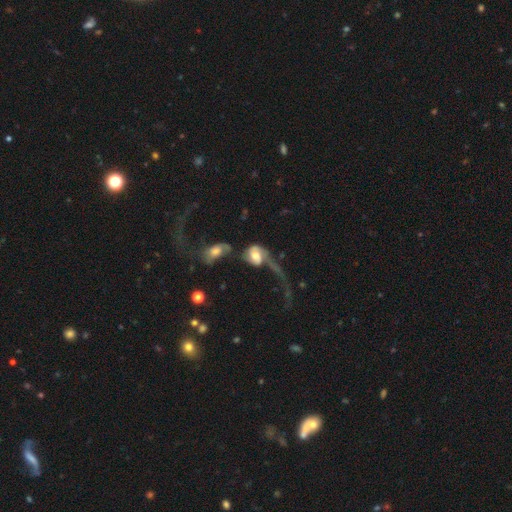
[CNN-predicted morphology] smooth_or_featured: featured or disk (p=0.50) [alt: smooth p=0.41]
disk_edge_on: no (p=0.94) [alt: yes p=0.06]
merging: major disturbance (p=0.42) [alt: merger p=0.36]